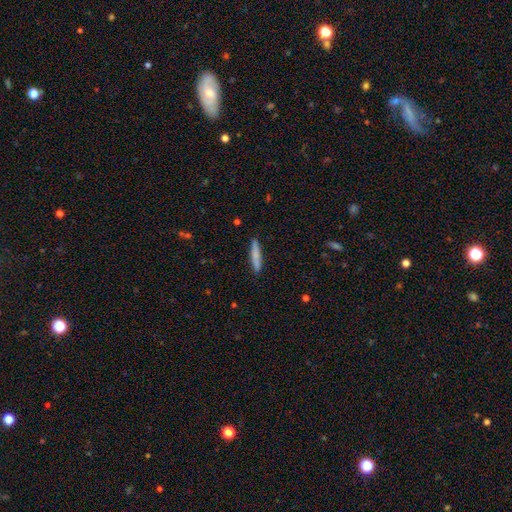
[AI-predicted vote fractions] smooth 73%, featured or disk 21%, star or artifact 6%. Down the decision tree: how rounded — cigar-shaped (91%); merging — none (89%).